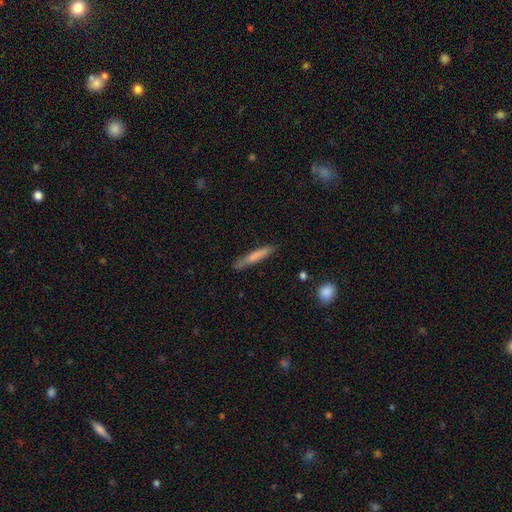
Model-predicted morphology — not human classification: smooth_or_featured: smooth (p=0.72) [alt: featured or disk p=0.22]
how_rounded: cigar-shaped (p=0.92) [alt: in between p=0.06]
merging: none (p=0.79) [alt: minor disturbance p=0.16]